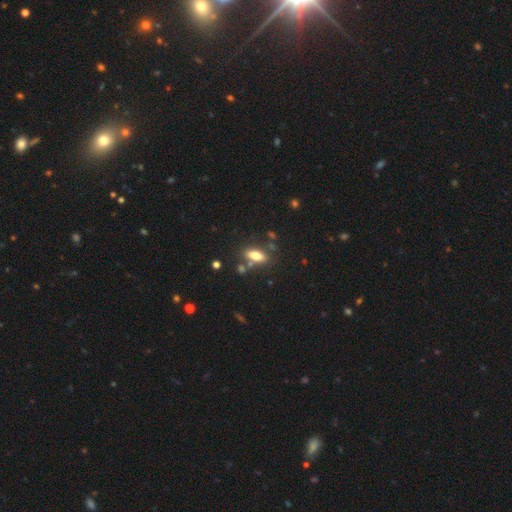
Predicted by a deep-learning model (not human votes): Smooth or featured?
  - smooth: 73% *
  - featured or disk: 18%
  - star or artifact: 9%
How rounded?
  - in between: 77% *
  - cigar-shaped: 19%
  - round: 4%
Merging?
  - none: 73% *
  - minor disturbance: 13%
  - merger: 10%
  - major disturbance: 4%